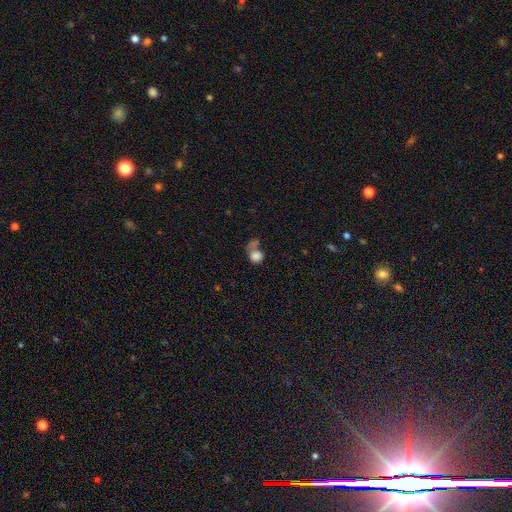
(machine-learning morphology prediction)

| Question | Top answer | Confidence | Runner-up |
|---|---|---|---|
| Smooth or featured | smooth | 80% | star or artifact (11%) |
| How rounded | round | 71% | in between (28%) |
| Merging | merger | 37% | none (33%) |